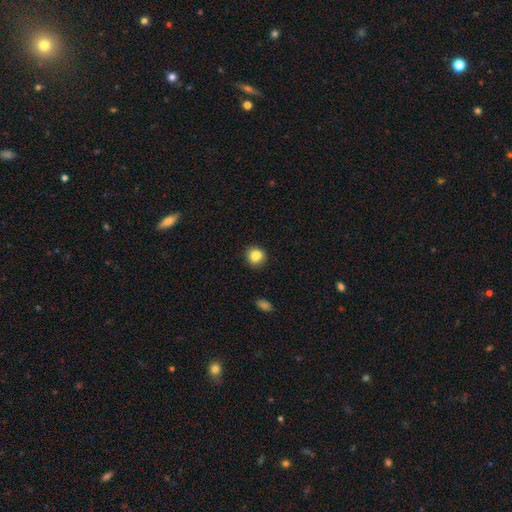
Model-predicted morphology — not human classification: This is likely a smooth galaxy (80%). How rounded: likely round (77%). Merging: likely none (68%).